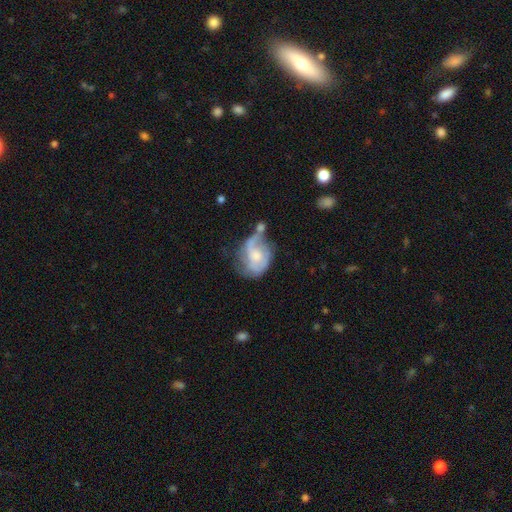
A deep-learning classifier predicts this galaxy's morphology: smooth_or_featured: featured or disk (p=0.66) [alt: smooth p=0.27]
disk_edge_on: no (p=0.97) [alt: yes p=0.03]
bar: no (p=0.68) [alt: weak p=0.27]
has_spiral_arms: yes (p=0.77) [alt: no p=0.23]
bulge_size: moderate (p=0.43) [alt: small p=0.39]
merging: major disturbance (p=0.29) [alt: none p=0.28]